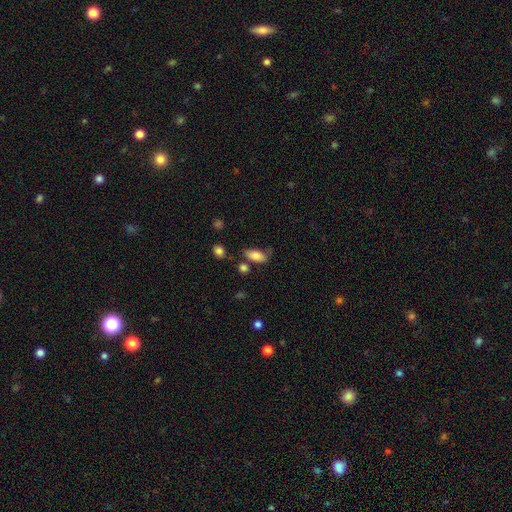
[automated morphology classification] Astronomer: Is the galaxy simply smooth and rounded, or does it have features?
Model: smooth — 81%.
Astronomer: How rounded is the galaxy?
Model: in between — 88%.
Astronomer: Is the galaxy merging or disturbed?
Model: none — 64%.